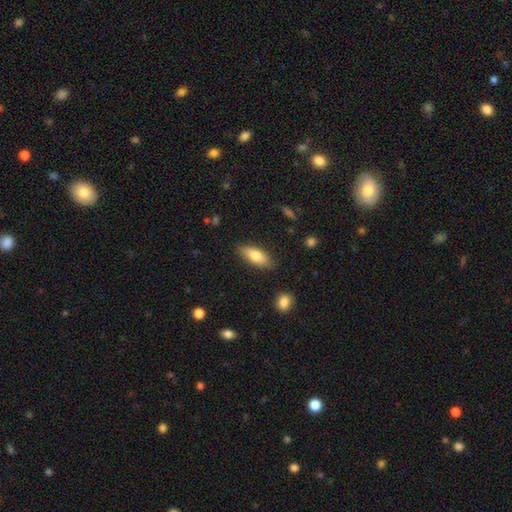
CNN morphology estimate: smooth_or_featured: smooth (p=0.76) [alt: featured or disk p=0.18]
how_rounded: in between (p=0.73) [alt: cigar-shaped p=0.25]
merging: none (p=0.85) [alt: minor disturbance p=0.11]